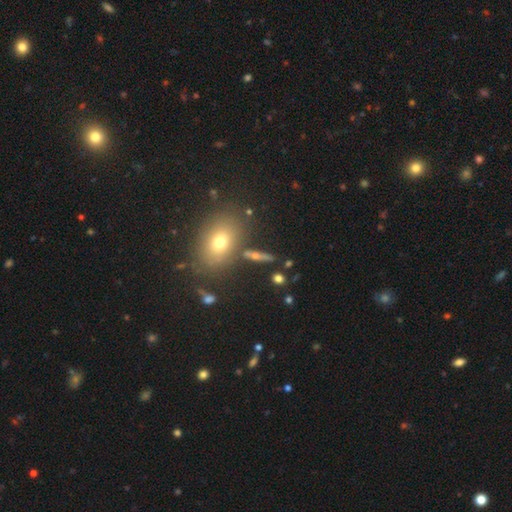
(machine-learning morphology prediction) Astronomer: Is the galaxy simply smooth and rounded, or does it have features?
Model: smooth — 45% (runner-up: featured or disk, 41%).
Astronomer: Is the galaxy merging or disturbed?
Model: none — 77%.